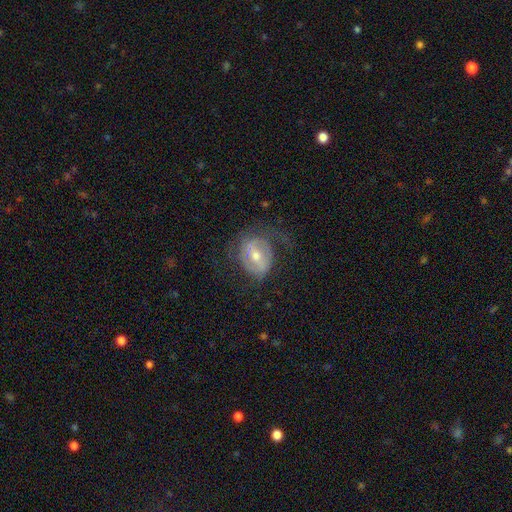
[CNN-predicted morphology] A featured or disk galaxy (68%) with a weak bar (45%), spiral arms (67%) and a moderate central bulge (68%). Merging: none (53%).